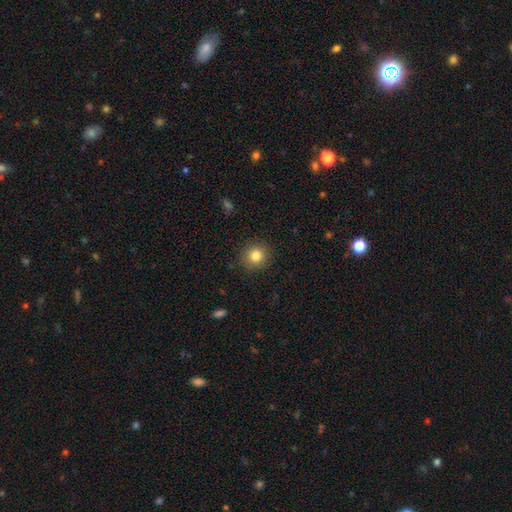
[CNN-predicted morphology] This appears to be a smooth galaxy with no disk features (83%) that is round (90%). Merging: none (89%).